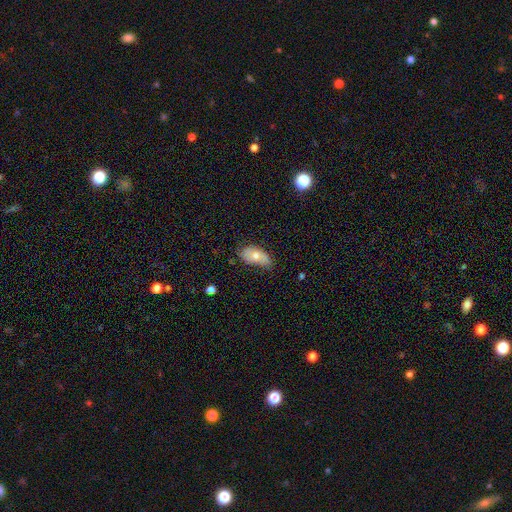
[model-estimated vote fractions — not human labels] Smooth or featured? smooth (67%)
How rounded? in between (92%)
Merging? none (57%)